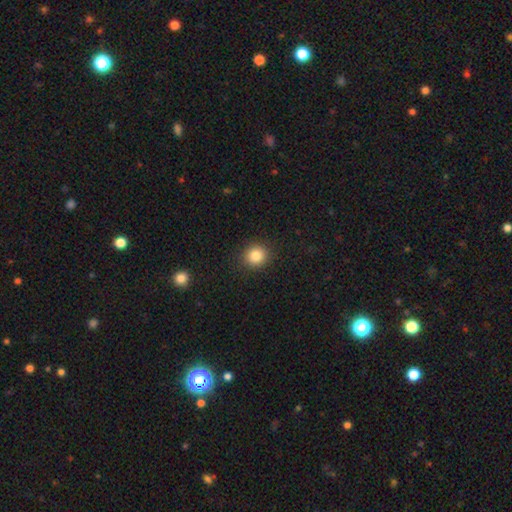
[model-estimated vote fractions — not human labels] smooth-or-featured: smooth: 85% | star or artifact: 10% | featured or disk: 5%
  how-rounded: round: 86% | in between: 13% | cigar-shaped: 1%
  merging: none: 90% | minor disturbance: 6% | major disturbance: 2% | merger: 1%